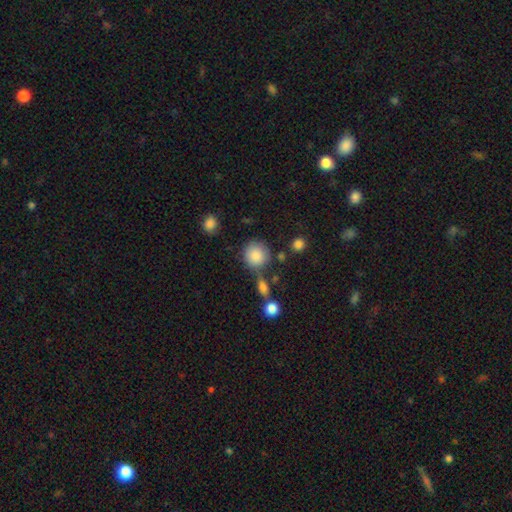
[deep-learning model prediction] Overall: smooth (86%). How rounded: round (90%). Merging: none (70%).